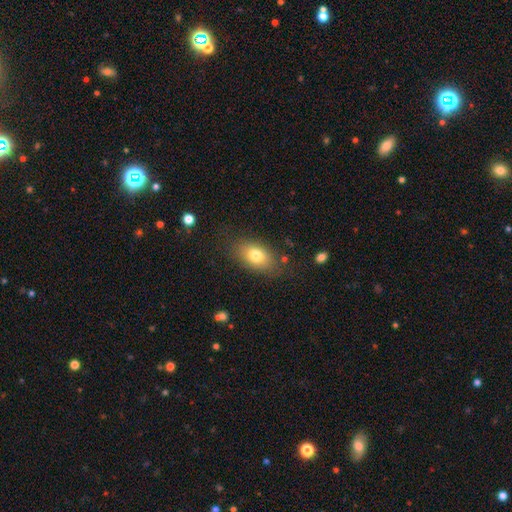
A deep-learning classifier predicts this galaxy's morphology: Smooth or featured? smooth (77%)
How rounded? in between (86%)
Merging? none (79%)